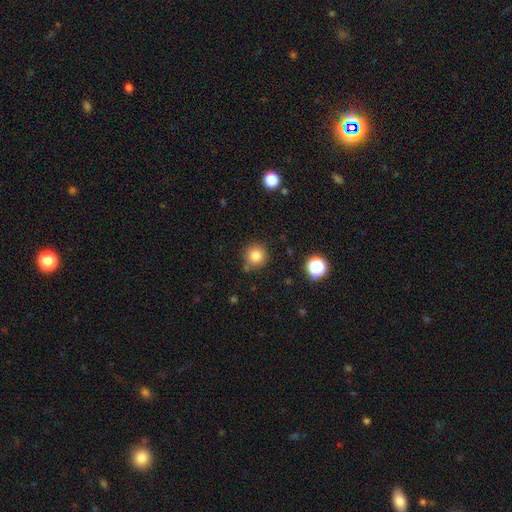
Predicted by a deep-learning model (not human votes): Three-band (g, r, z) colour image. It shows a smooth galaxy with no disk features (82%) that is round (93%). Merging: none (81%).